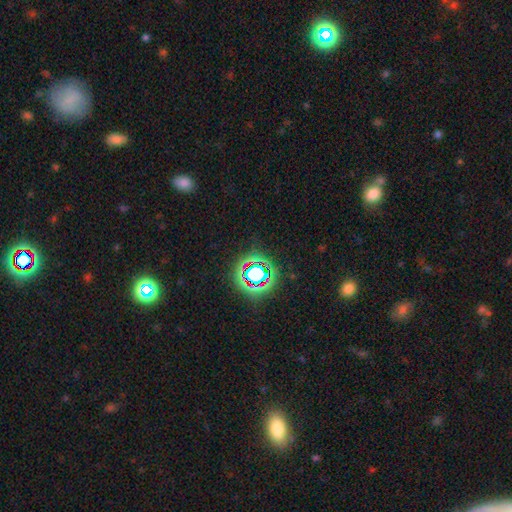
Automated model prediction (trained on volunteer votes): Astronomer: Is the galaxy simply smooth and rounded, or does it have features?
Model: star or artifact — 75%.